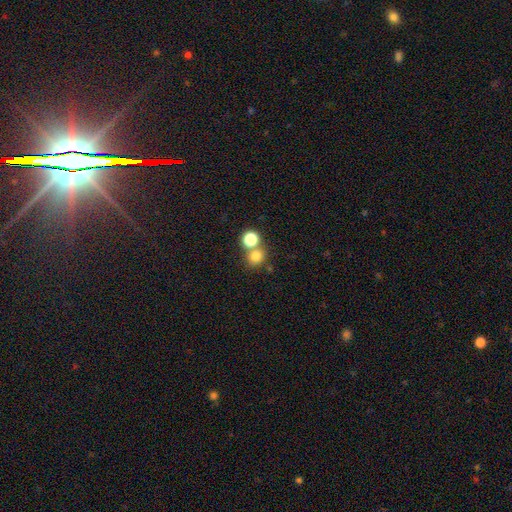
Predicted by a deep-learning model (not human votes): This appears to be a smooth galaxy with no disk features (78%) that is round (84%). Merging: none (57%).